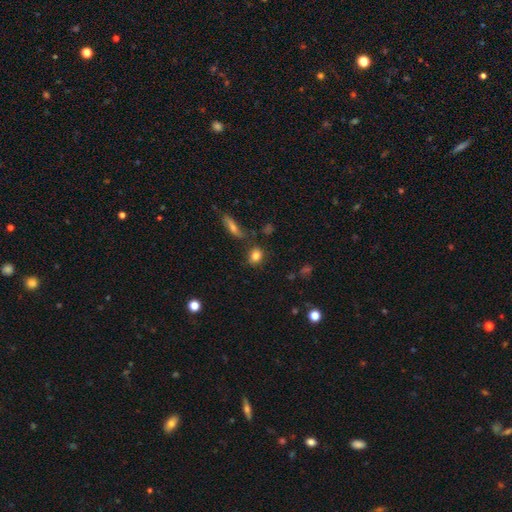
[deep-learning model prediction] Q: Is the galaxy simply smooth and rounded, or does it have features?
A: smooth — 83%.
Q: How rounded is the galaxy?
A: round — 51%.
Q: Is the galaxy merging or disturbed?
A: none — 77%.